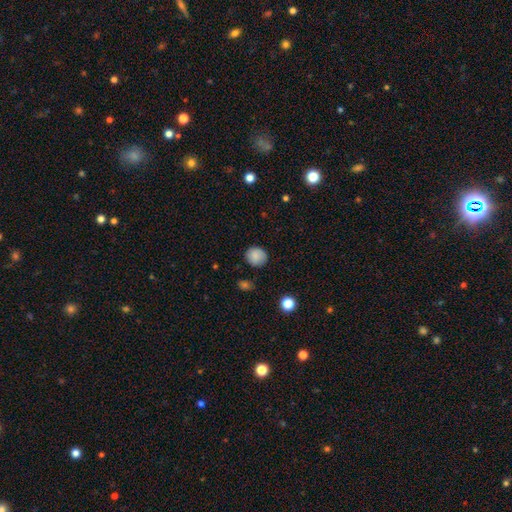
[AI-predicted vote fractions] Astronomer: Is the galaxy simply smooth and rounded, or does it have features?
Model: smooth — 85%.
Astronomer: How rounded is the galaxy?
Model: round — 86%.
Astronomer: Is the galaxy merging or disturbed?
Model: none — 81%.